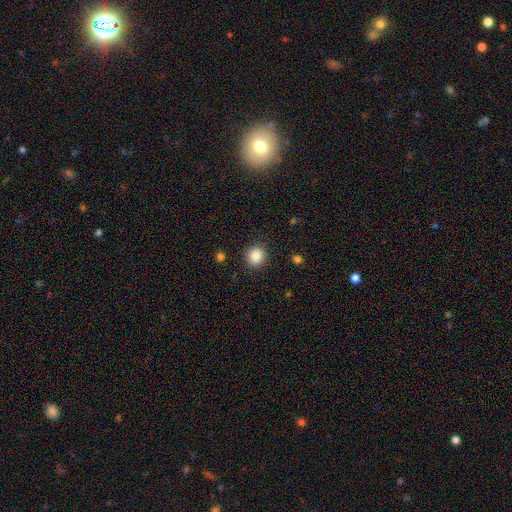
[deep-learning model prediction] A smooth galaxy with no disk features (87%) that is round (86%). Merging: none (89%).